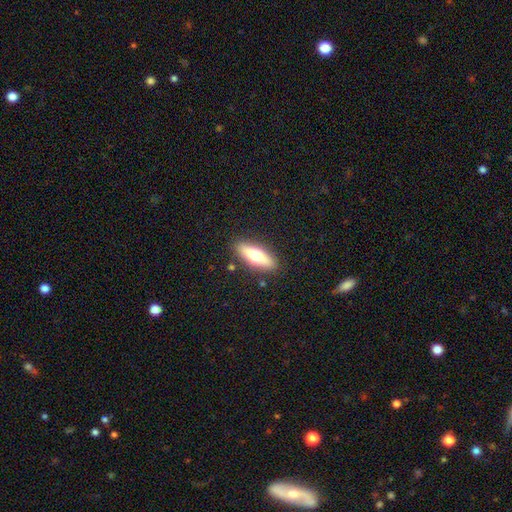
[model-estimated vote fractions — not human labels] Q: Smooth or featured?
A: smooth (57%); runner-up: featured or disk (37%)
Q: How rounded?
A: in between (49%); runner-up: cigar-shaped (48%)
Q: Merging?
A: none (87%); runner-up: minor disturbance (9%)